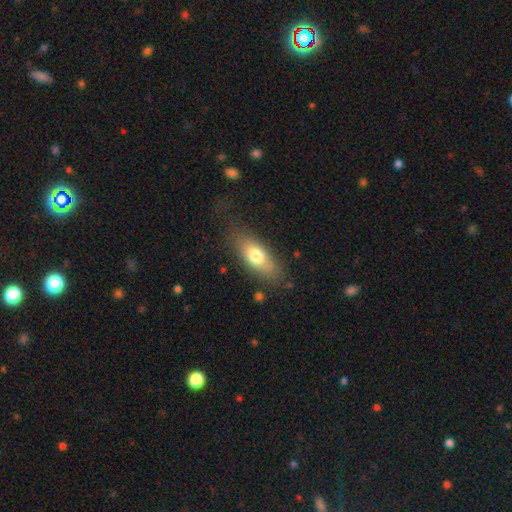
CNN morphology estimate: smooth-or-featured: smooth: 71% | featured or disk: 22% | star or artifact: 7%
  how-rounded: in between: 77% | cigar-shaped: 18% | round: 5%
  merging: none: 71% | minor disturbance: 19% | major disturbance: 8% | merger: 2%